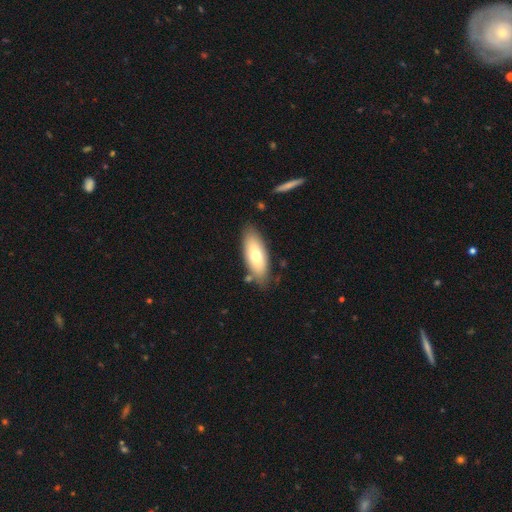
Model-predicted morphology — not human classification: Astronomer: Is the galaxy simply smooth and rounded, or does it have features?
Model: smooth — 68%.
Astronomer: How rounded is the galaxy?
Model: in between — 78%.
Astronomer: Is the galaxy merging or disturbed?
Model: none — 80%.